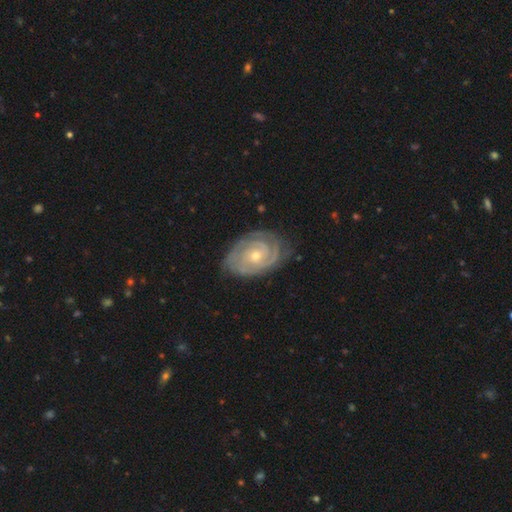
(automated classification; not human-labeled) Smooth or featured? Predicted: featured or disk (p=0.88). Edge-on disk? Predicted: no (p=0.97). Bar? Predicted: no (p=0.74). Spiral arms? Predicted: yes (p=0.96). Spiral winding? Predicted: tight (p=0.80). Spiral arm count? Predicted: 2 (p=0.46). Bulge size? Predicted: small (p=0.55). Merging? Predicted: none (p=0.78).